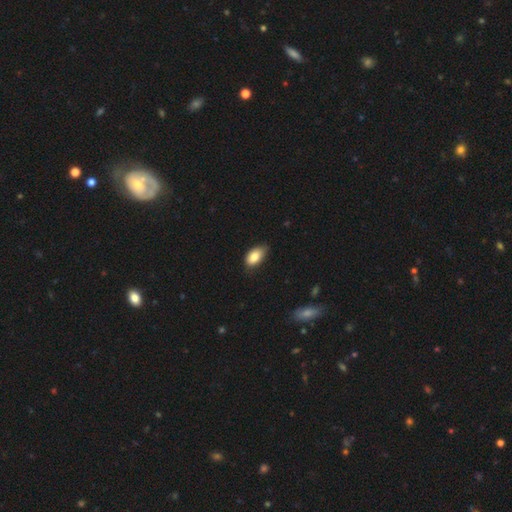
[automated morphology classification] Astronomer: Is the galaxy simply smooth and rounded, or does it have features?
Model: smooth — 84%.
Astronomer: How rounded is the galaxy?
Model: in between — 92%.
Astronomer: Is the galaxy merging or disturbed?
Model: none — 68%.